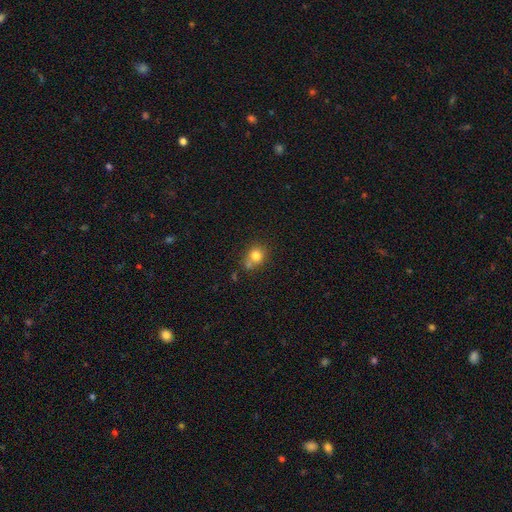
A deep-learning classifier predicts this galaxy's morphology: This appears to be a smooth galaxy with no disk features (79%) that is round (78%). Merging: none (54%).